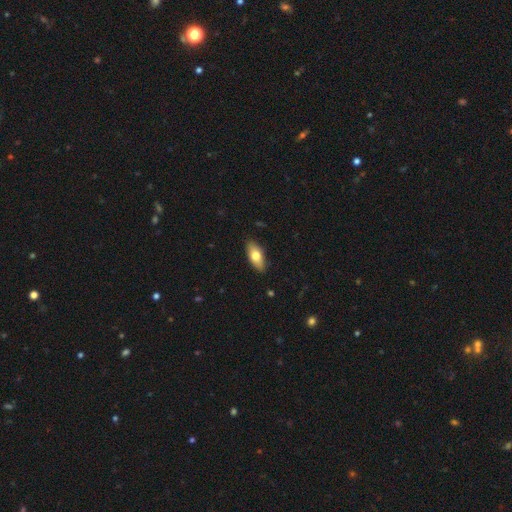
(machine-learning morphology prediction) This is likely a smooth galaxy (70%). How rounded: clearly in between (82%). Merging: clearly none (88%).